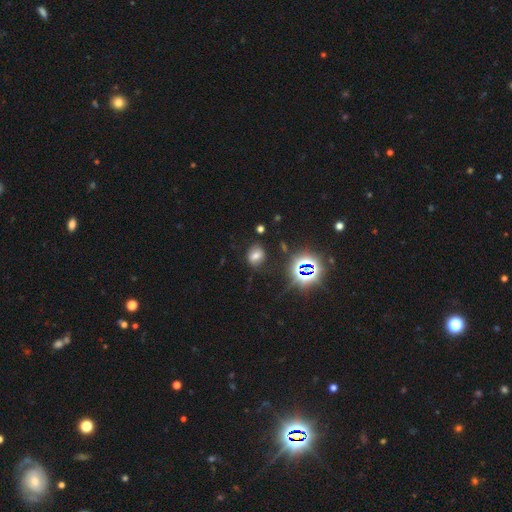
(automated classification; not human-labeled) This appears to be a smooth galaxy with no disk features (57%) that is in between round and cigar-shaped (51%). Merging: none (75%).